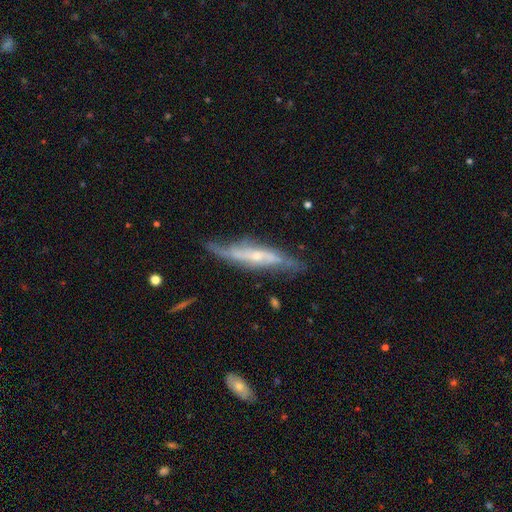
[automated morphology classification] A featured or disk galaxy (76%) viewed edge-on (54%). Merging: none (65%).